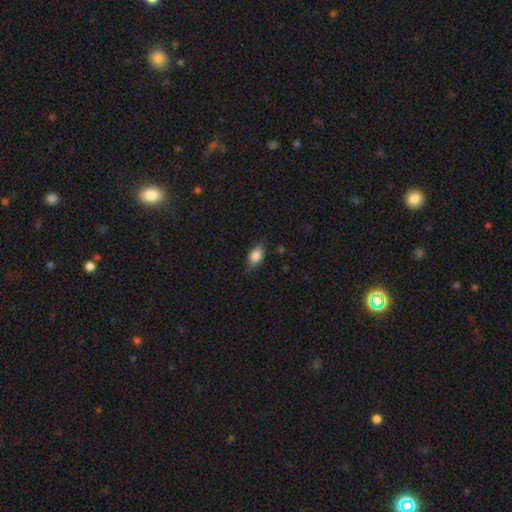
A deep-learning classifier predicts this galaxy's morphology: Smooth or featured: smooth — 80% (featured or disk — 12%)
How rounded: in between — 85% (round — 11%)
Merging: none — 77% (minor disturbance — 18%)